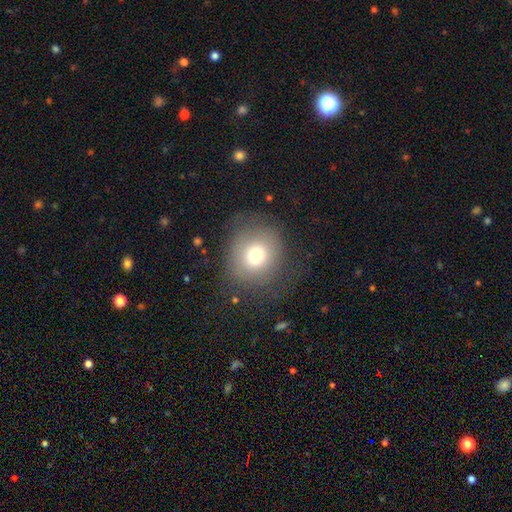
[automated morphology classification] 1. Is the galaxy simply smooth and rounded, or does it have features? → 72% smooth, 15% featured or disk, 13% star or artifact.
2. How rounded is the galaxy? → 81% round, 18% in between, 1% cigar-shaped.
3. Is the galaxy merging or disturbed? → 71% none, 16% minor disturbance, 12% major disturbance, 1% merger.